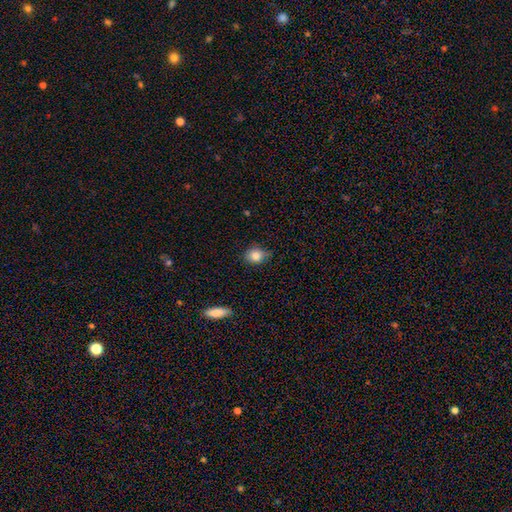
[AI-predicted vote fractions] Smooth or featured?
  - smooth: 84% *
  - star or artifact: 9%
  - featured or disk: 6%
How rounded?
  - round: 61% *
  - in between: 38%
  - cigar-shaped: 1%
Merging?
  - none: 72% *
  - minor disturbance: 23%
  - major disturbance: 4%
  - merger: 2%